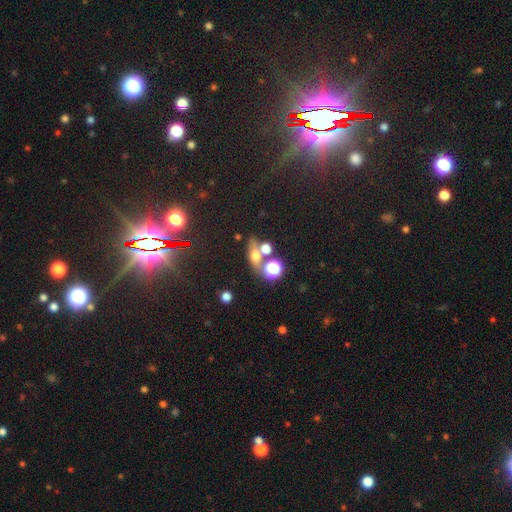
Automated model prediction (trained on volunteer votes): The model was most divided on "how rounded": in between: 46%, round: 38%, cigar-shaped: 16%. More confident: smooth or featured — smooth (55%); merging — none (54%).